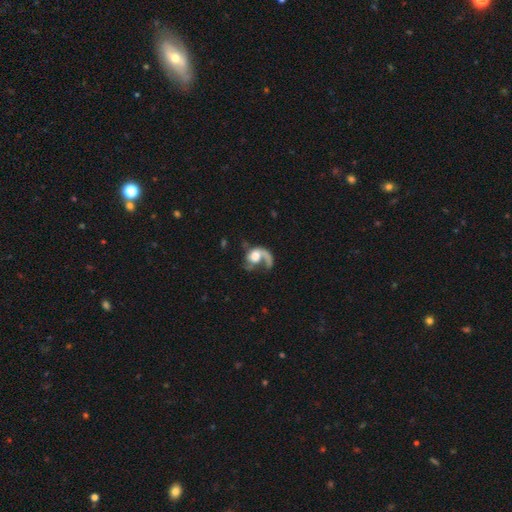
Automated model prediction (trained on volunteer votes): Overall: featured or disk (67%). Edge-on disk: no (97%). Bar: no (75%). Spiral arms: yes (83%). Spiral arm count: 1 (86%). Spiral winding: loose (63%; medium 27%). Bulge size: large (43%; moderate 30%). Merging: major disturbance (50%; none 27%).